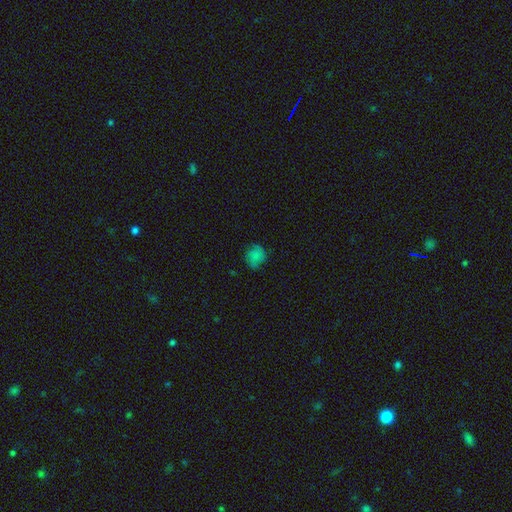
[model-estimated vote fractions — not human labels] This appears to be a smooth galaxy with no disk features (71%) that is round (74%). Merging: none (69%).